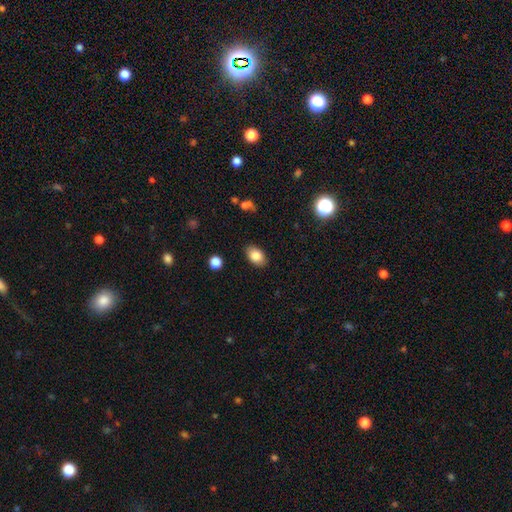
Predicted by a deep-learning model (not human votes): Smooth or featured? Predicted: smooth (p=0.84). How rounded? Predicted: in between (p=0.87). Merging? Predicted: none (p=0.86).